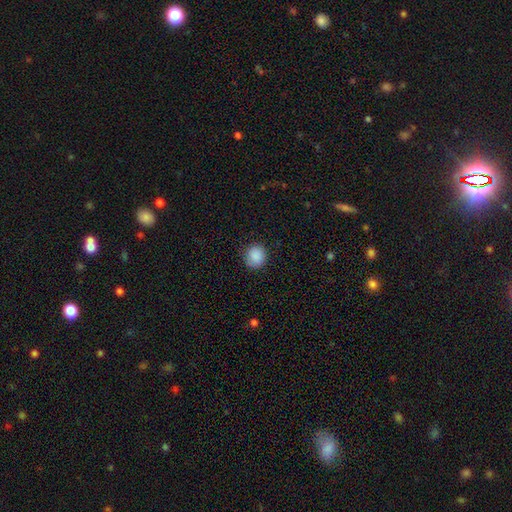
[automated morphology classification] Q: Smooth or featured?
A: smooth (89%); runner-up: star or artifact (8%)
Q: How rounded?
A: round (82%); runner-up: in between (17%)
Q: Merging?
A: none (86%); runner-up: minor disturbance (10%)